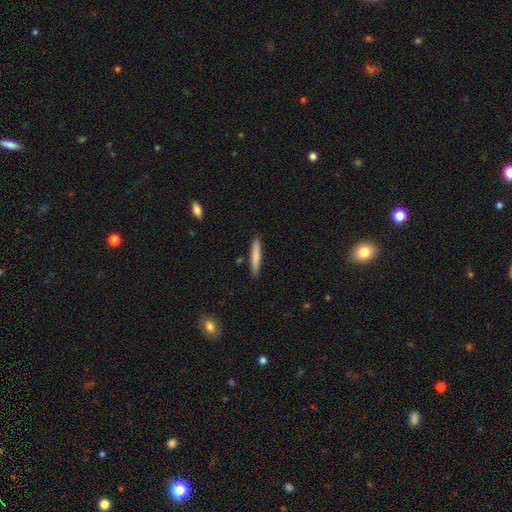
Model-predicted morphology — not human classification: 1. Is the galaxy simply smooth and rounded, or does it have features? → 79% smooth, 16% featured or disk, 6% star or artifact.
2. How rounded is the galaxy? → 93% cigar-shaped, 6% in between, 1% round.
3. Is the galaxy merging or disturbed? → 89% none, 8% minor disturbance, 2% merger, 2% major disturbance.